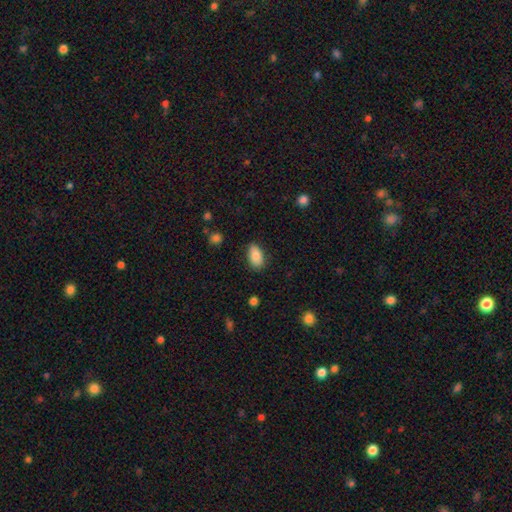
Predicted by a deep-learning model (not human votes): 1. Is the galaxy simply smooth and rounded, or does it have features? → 85% smooth, 8% featured or disk, 7% star or artifact.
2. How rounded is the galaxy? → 92% in between, 5% round, 3% cigar-shaped.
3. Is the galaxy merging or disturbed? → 82% none, 14% minor disturbance, 3% major disturbance, 1% merger.